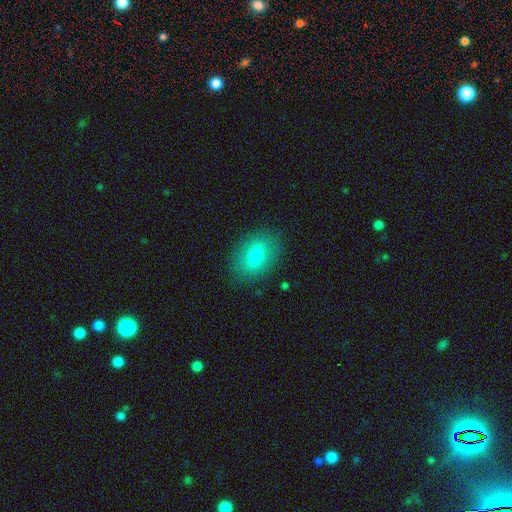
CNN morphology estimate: Overall: smooth (73%). How rounded: in between (77%). Merging: none (85%).